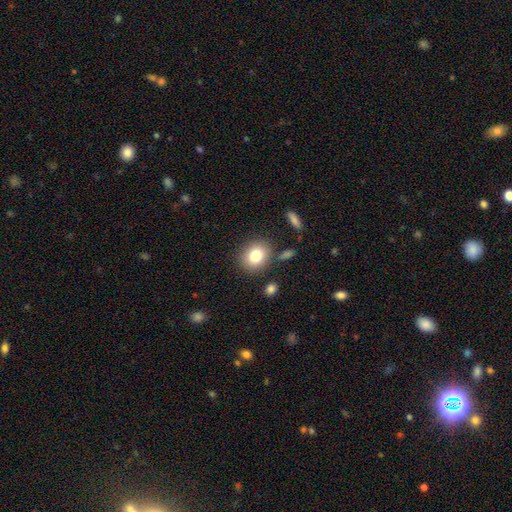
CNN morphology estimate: Smooth or featured: smooth — 80% (featured or disk — 10%)
How rounded: round — 67% (in between — 32%)
Merging: none — 82% (minor disturbance — 10%)